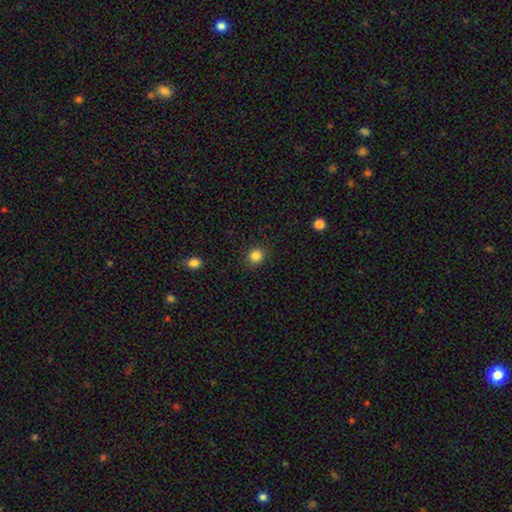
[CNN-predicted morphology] Overall: smooth (85%). How rounded: round (87%). Merging: none (90%).